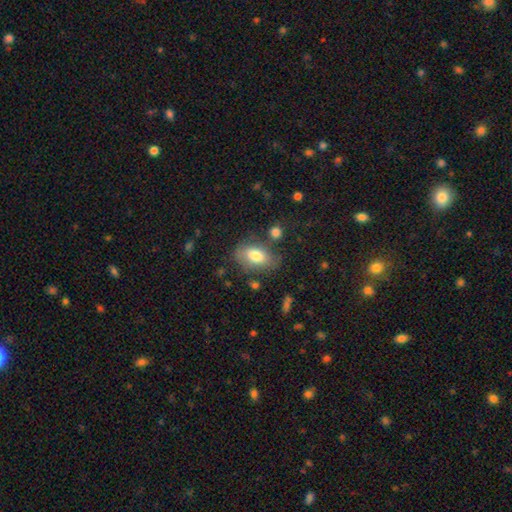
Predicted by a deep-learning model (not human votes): This is likely a smooth galaxy (76%). How rounded: clearly in between (87%). Merging: likely none (65%).